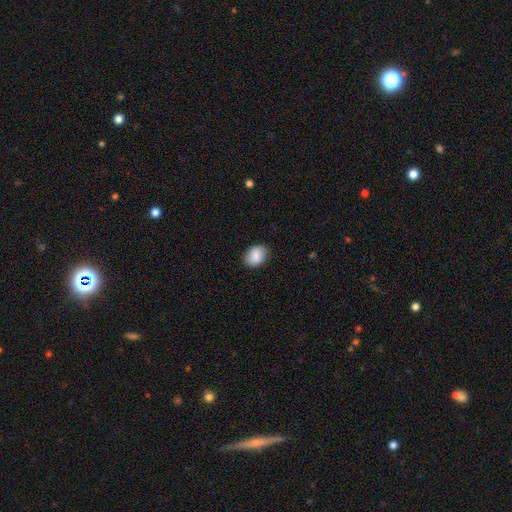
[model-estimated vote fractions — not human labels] Morphology: type=smooth (85%); roundness=in between (64%); merging=none (83%).